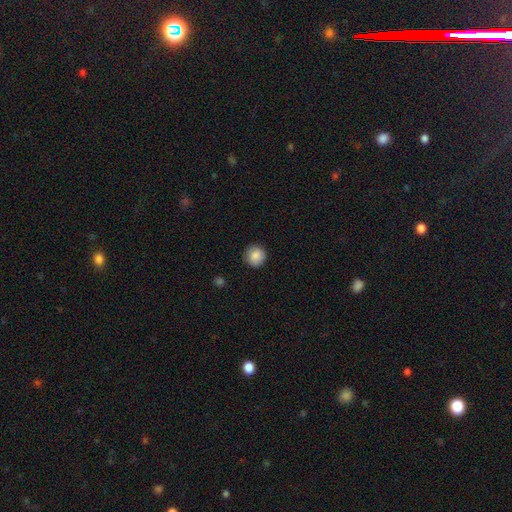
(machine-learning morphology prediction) smooth-or-featured: smooth: 87% | star or artifact: 8% | featured or disk: 5%
  how-rounded: round: 93% | in between: 6% | cigar-shaped: 1%
  merging: none: 89% | minor disturbance: 8% | major disturbance: 2% | merger: 1%